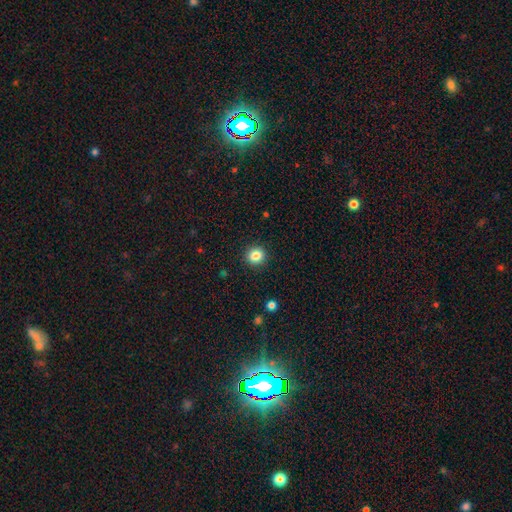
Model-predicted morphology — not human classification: The model was most divided on "smooth or featured": smooth: 84%, star or artifact: 11%, featured or disk: 5%. More confident: merging — none (91%); how rounded — round (87%).